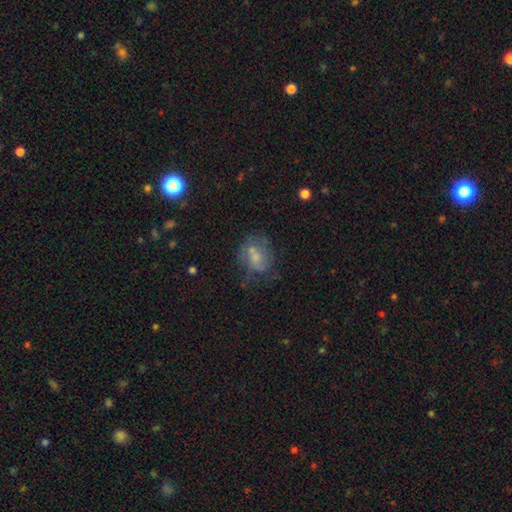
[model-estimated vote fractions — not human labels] featured or disk 40% (tied), smooth 40% (tied), star or artifact 20%. Down the decision tree: merging — none (54%).